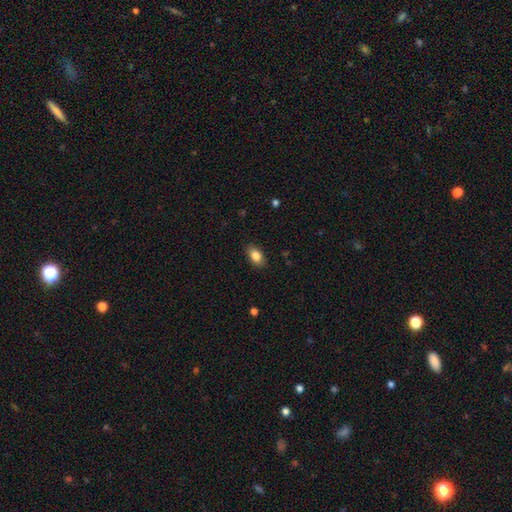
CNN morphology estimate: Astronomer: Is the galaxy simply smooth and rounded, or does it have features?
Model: smooth — 84%.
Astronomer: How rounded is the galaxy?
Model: in between — 89%.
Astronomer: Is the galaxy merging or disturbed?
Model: none — 87%.